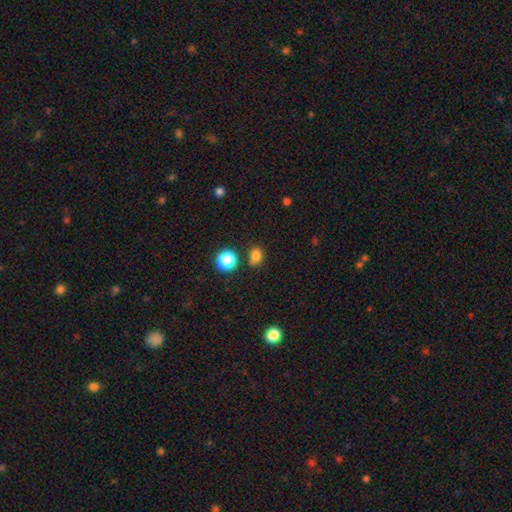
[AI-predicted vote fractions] This appears to be a smooth galaxy with no disk features (79%) that is round (55%). Merging: none (74%).